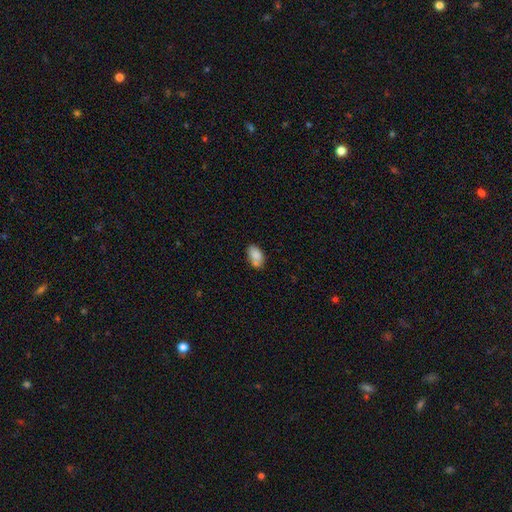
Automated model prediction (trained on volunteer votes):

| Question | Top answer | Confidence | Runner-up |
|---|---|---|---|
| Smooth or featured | smooth | 83% | featured or disk (9%) |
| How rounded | in between | 92% | round (6%) |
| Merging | none | 63% | minor disturbance (20%) |